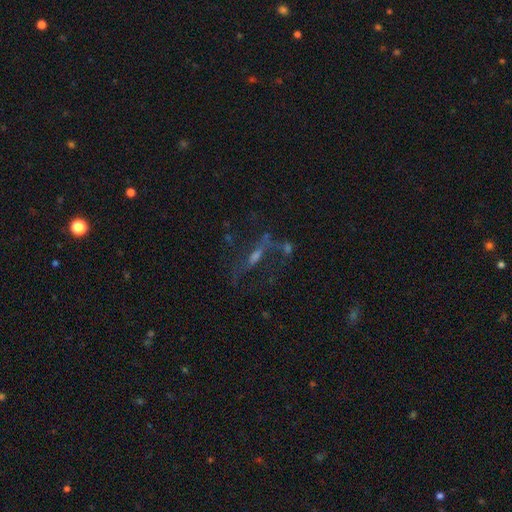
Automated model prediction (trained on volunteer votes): A featured or disk galaxy (56%).

Vote fractions:
- Smooth or featured? featured or disk: 56% / star or artifact: 25% / smooth: 19%
- Edge-on disk? no: 55% / yes: 45%
- Merging? none: 53% / major disturbance: 21% / minor disturbance: 15% / merger: 10%